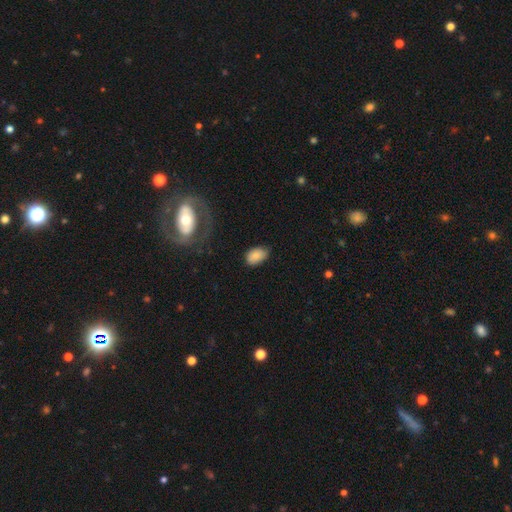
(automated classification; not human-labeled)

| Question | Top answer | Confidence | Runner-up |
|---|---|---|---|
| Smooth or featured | smooth | 82% | featured or disk (10%) |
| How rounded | in between | 88% | round (10%) |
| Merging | none | 72% | minor disturbance (21%) |